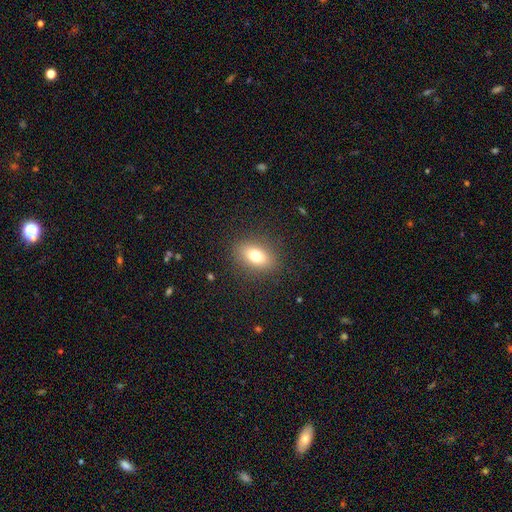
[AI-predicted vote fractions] Smooth or featured?
  - smooth: 76% *
  - featured or disk: 14%
  - star or artifact: 10%
How rounded?
  - in between: 80% *
  - round: 16%
  - cigar-shaped: 4%
Merging?
  - none: 87% *
  - minor disturbance: 9%
  - major disturbance: 3%
  - merger: 1%